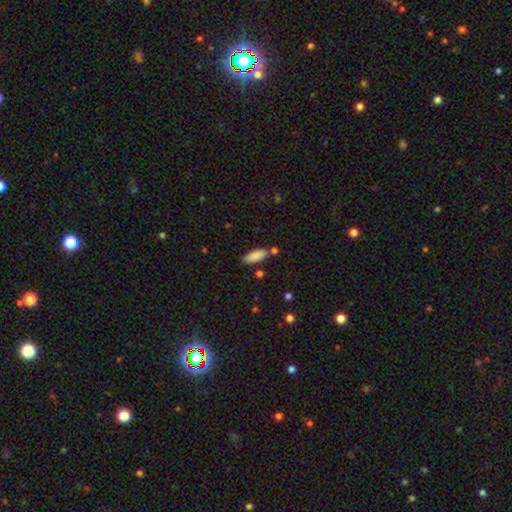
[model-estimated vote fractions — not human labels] This appears to be a smooth galaxy with no disk features (87%) that is in between round and cigar-shaped (75%). Merging: none (73%).